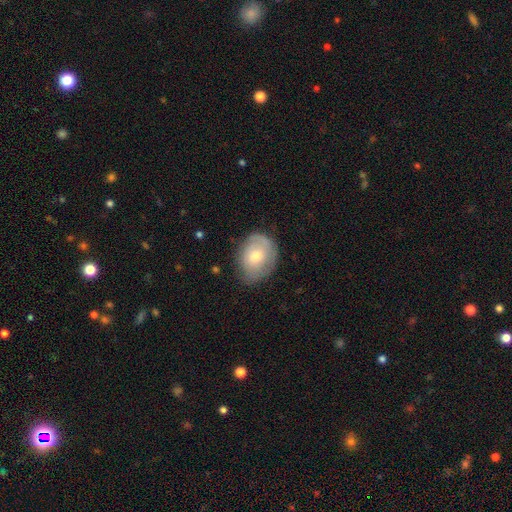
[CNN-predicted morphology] type=smooth (54%); roundness=in between (50%); merging=none (65%).